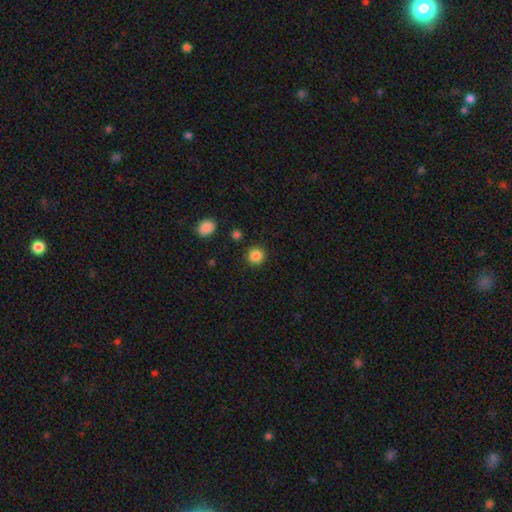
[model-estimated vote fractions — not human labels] Smooth or featured: smooth — 87% (star or artifact — 10%)
How rounded: round — 91% (in between — 8%)
Merging: none — 90% (minor disturbance — 6%)